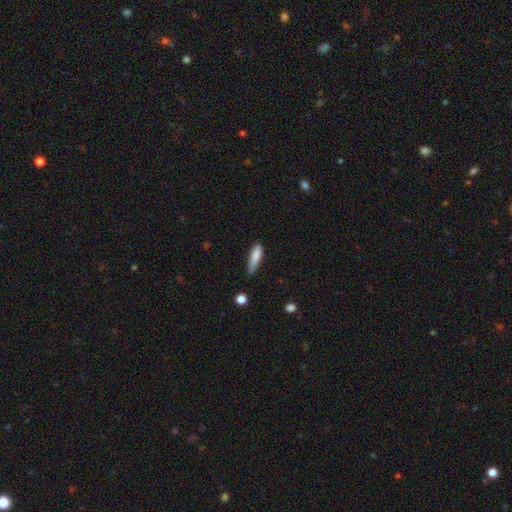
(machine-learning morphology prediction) A smooth galaxy with no disk features (83%) that is cigar-shaped (65%). Merging: none (54%).